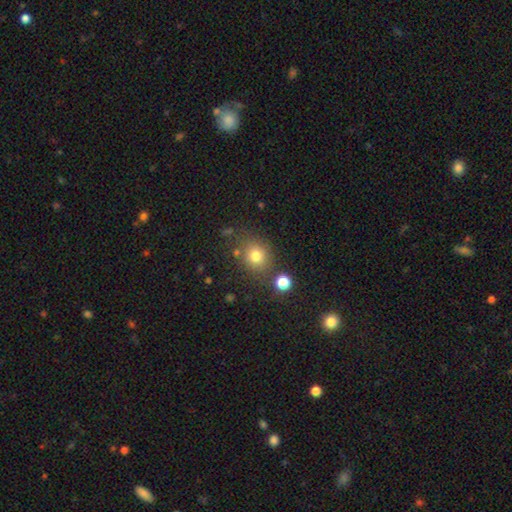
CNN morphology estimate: Smooth or featured? Predicted: smooth (p=0.77). How rounded? Predicted: round (p=0.79). Merging? Predicted: none (p=0.78).